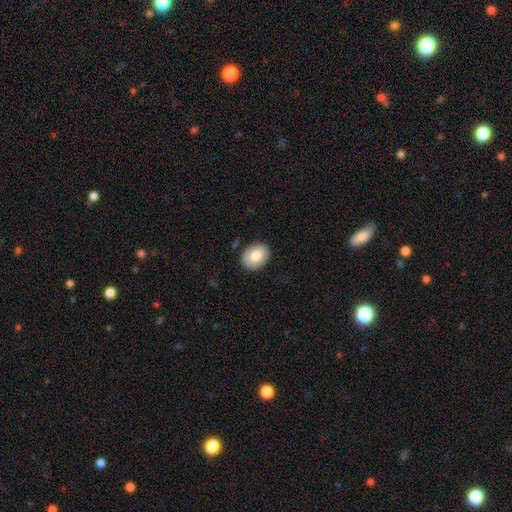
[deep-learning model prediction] This is likely a smooth galaxy (76%). How rounded: possibly in between (60%). Merging: clearly none (87%).